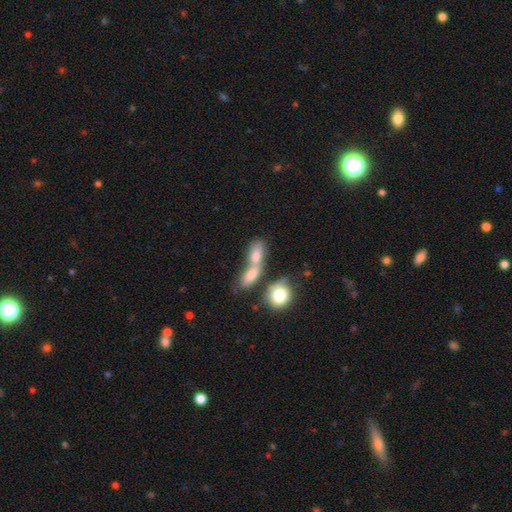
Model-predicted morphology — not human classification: Smooth or featured? Predicted: smooth (p=0.74). How rounded? Predicted: in between (p=0.73). Merging? Predicted: merger (p=0.60).